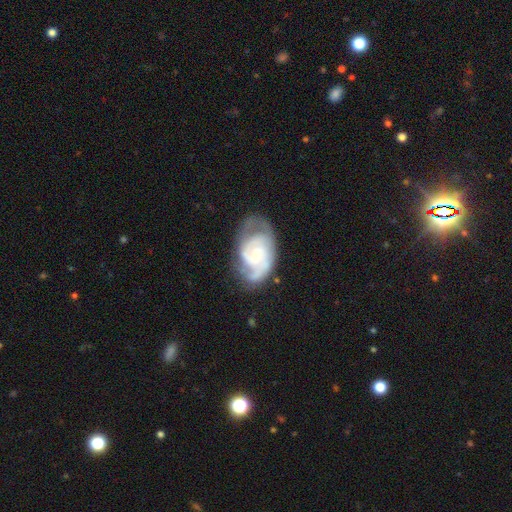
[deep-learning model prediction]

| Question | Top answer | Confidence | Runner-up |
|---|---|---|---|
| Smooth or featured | featured or disk | 85% | smooth (10%) |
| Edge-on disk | no | 97% | yes (3%) |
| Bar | no | 56% | weak (38%) |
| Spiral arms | yes | 95% | no (5%) |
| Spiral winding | tight | 49% | medium (41%) |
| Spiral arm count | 2 | 49% | can't tell (20%) |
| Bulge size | small | 62% | moderate (31%) |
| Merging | none | 59% | minor disturbance (25%) |